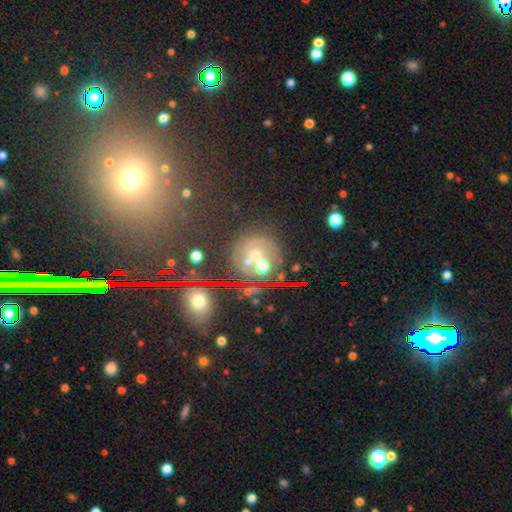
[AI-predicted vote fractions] smooth 39%, star or artifact 33%, featured or disk 28%. Down the decision tree: merging — none (55%).